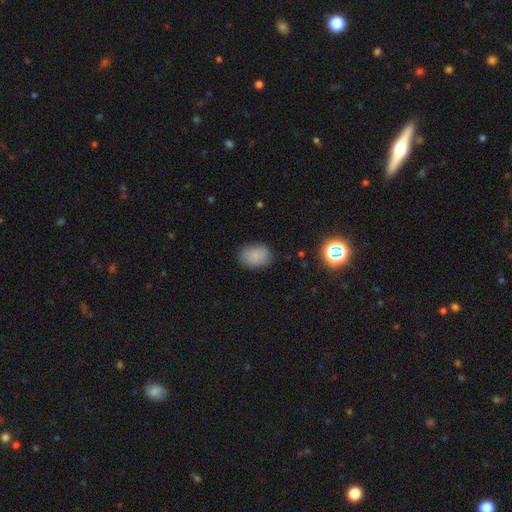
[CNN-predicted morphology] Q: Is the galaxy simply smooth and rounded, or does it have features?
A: smooth — 84%.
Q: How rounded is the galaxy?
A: in between — 61%.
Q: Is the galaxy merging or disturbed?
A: none — 82%.